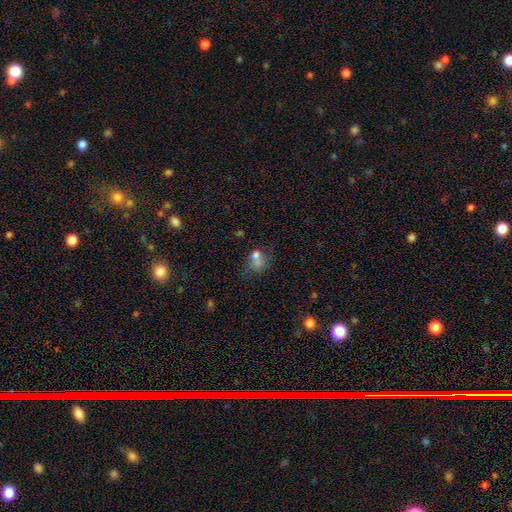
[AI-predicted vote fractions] A smooth galaxy with no disk features (60%) that is round (62%). Merging: none (44%).